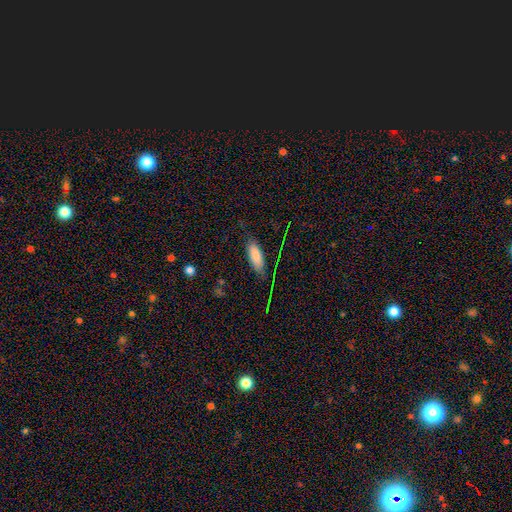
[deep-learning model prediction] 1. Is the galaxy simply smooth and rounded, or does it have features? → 79% smooth, 13% featured or disk, 8% star or artifact.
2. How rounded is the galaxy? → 74% in between, 24% cigar-shaped, 2% round.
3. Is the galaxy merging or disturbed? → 75% none, 18% minor disturbance, 5% major disturbance, 2% merger.